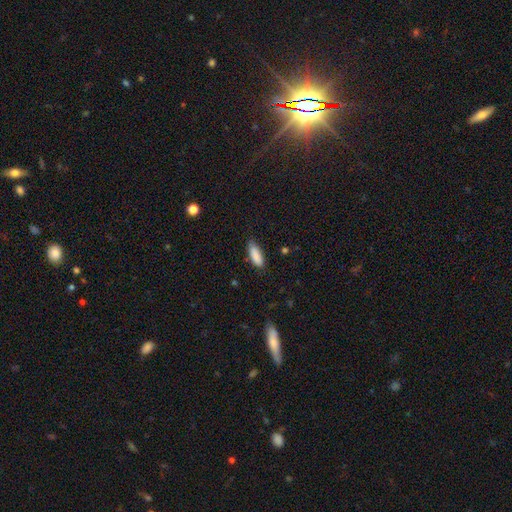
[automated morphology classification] Smooth or featured? smooth (89%)
How rounded? in between (66%)
Merging? none (79%)